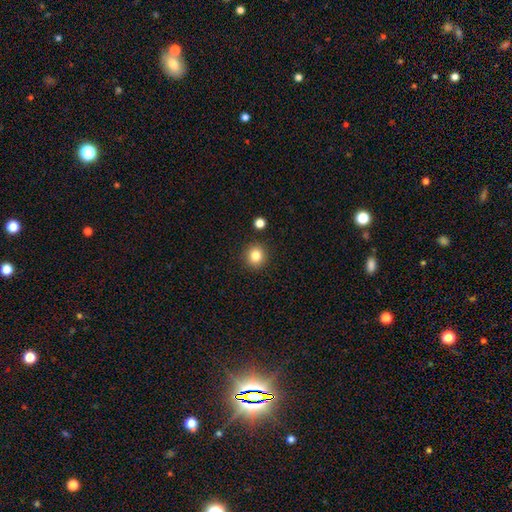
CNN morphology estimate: Smooth or featured? Predicted: smooth (p=0.83). How rounded? Predicted: round (p=0.91). Merging? Predicted: none (p=0.90).